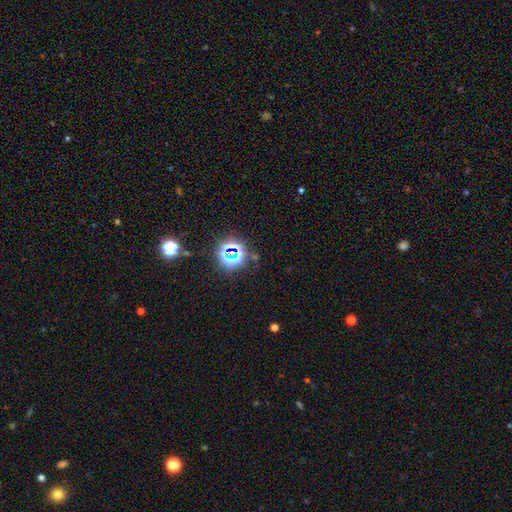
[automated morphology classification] Smooth or featured?
  - star or artifact: 76% *
  - smooth: 16%
  - featured or disk: 8%